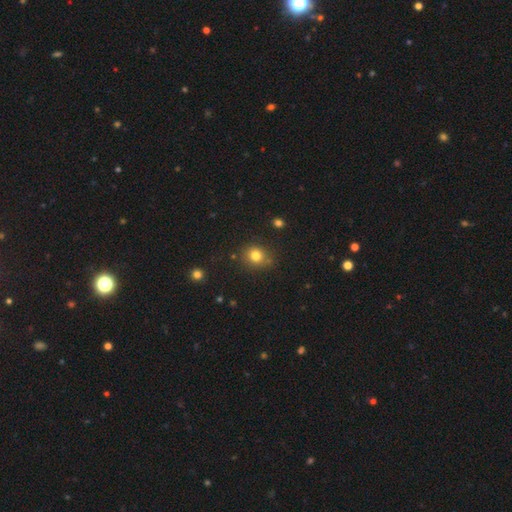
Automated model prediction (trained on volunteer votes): Smooth or featured? Predicted: smooth (p=0.80). How rounded? Predicted: round (p=0.78). Merging? Predicted: none (p=0.79).